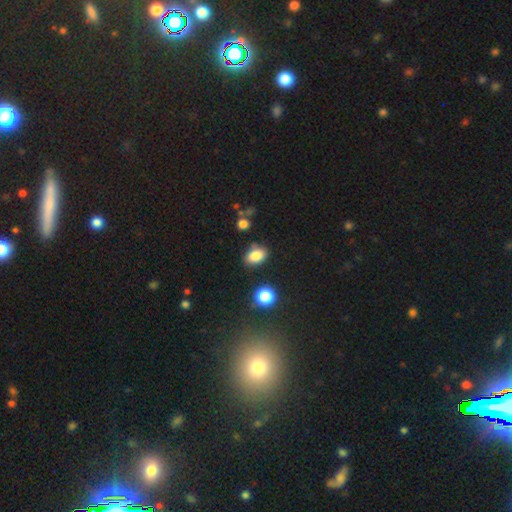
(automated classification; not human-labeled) A smooth galaxy with no disk features (84%) that is in between round and cigar-shaped (83%). Merging: none (75%).